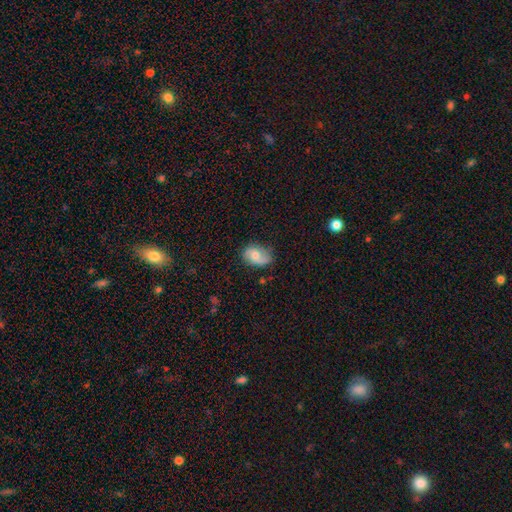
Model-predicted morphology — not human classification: This appears to be a smooth galaxy with no disk features (47%). Merging: none (69%).